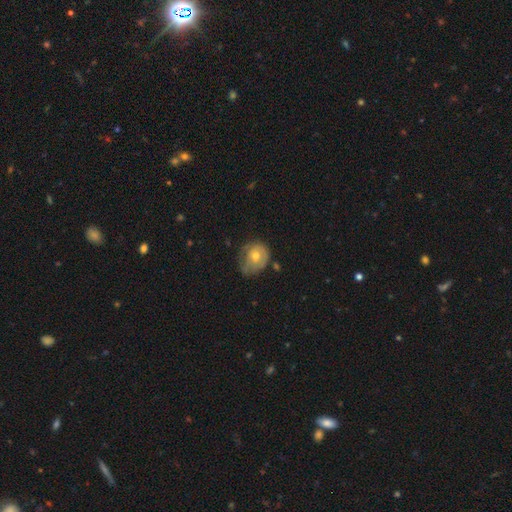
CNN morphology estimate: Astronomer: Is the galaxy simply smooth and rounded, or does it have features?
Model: smooth — 52% (runner-up: featured or disk, 40%).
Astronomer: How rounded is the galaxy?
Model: round — 66%.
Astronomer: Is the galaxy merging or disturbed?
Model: none — 46% (runner-up: minor disturbance, 37%).